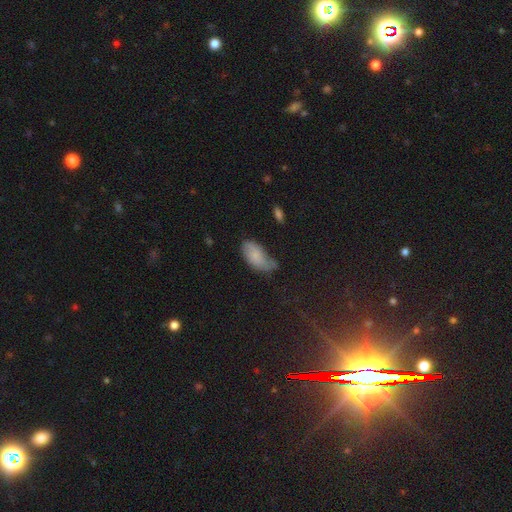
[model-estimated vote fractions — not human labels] This appears to be a smooth galaxy with no disk features (76%) that is in between round and cigar-shaped (93%). Merging: minor disturbance (41%).